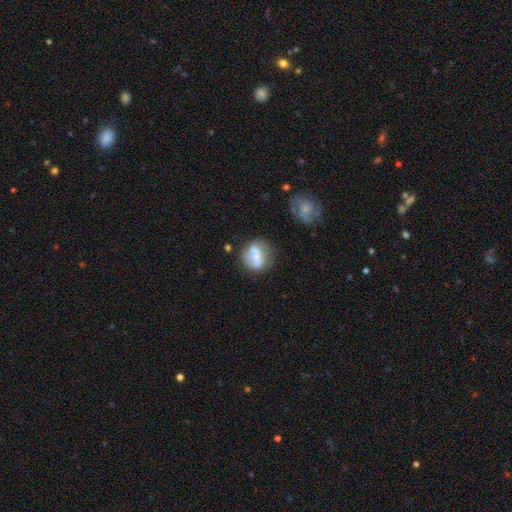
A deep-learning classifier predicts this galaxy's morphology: Smooth or featured? smooth (53%)
How rounded? round (63%)
Merging? none (53%)